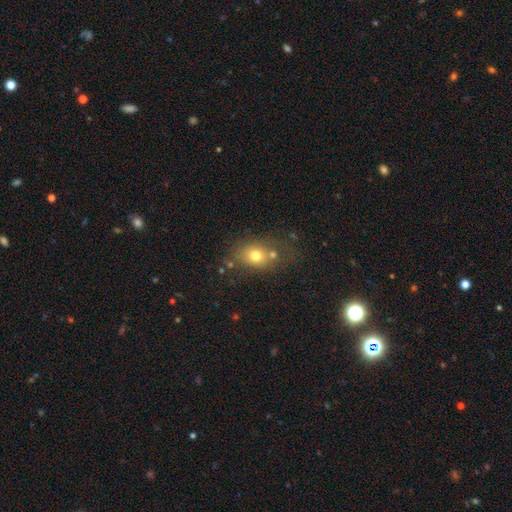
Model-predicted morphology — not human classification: Overall: smooth (72%). How rounded: in between (55%; round 44%). Merging: none (55%; merger 19%).